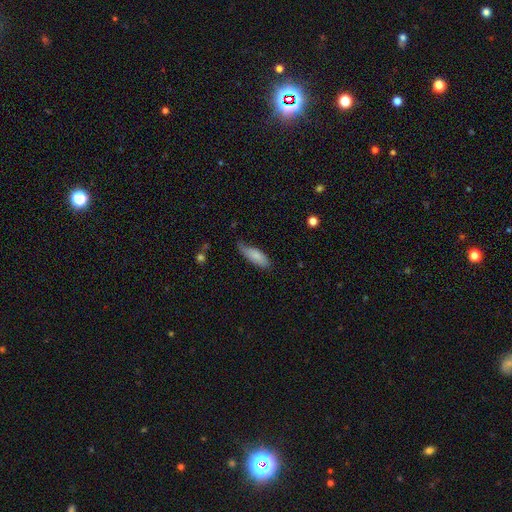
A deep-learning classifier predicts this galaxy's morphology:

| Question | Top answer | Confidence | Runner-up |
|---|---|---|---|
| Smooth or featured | smooth | 80% | featured or disk (14%) |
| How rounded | in between | 67% | cigar-shaped (32%) |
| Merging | none | 55% | minor disturbance (36%) |